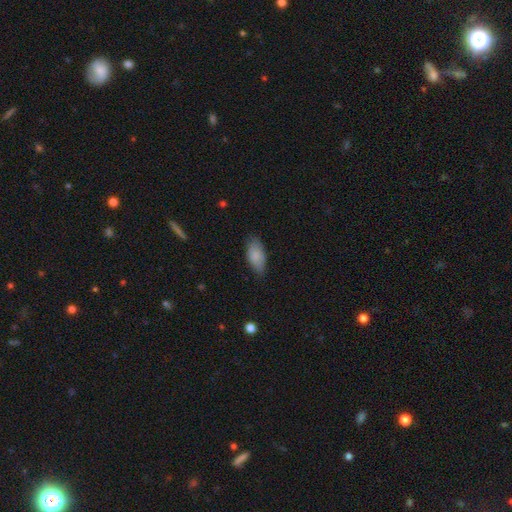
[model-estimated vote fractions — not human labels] This is clearly a smooth galaxy (84%). How rounded: clearly in between (90%). Merging: likely none (72%).